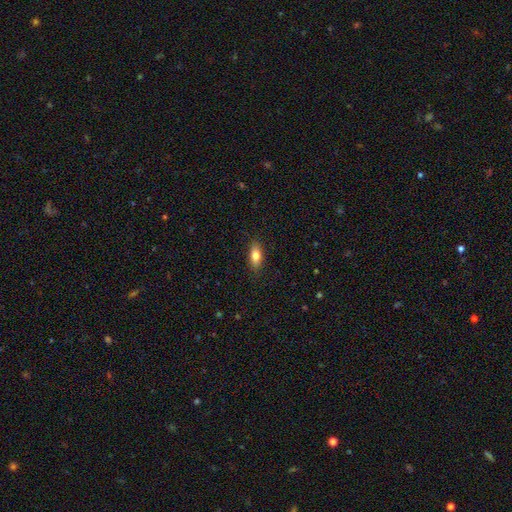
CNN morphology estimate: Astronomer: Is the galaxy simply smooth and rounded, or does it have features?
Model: smooth — 79%.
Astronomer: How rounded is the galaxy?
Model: in between — 82%.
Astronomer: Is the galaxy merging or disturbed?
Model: none — 87%.